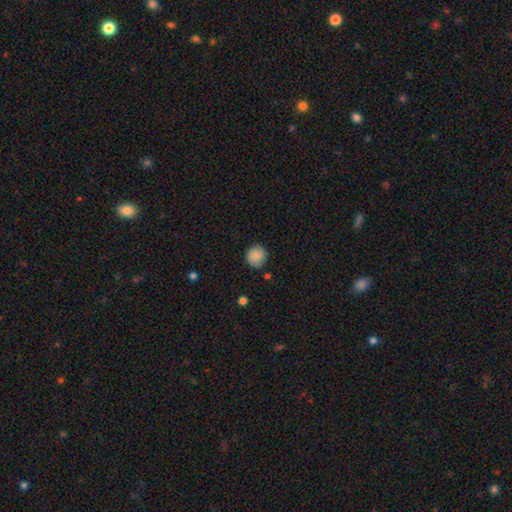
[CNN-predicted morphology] type=smooth (86%); roundness=round (90%); merging=none (81%).